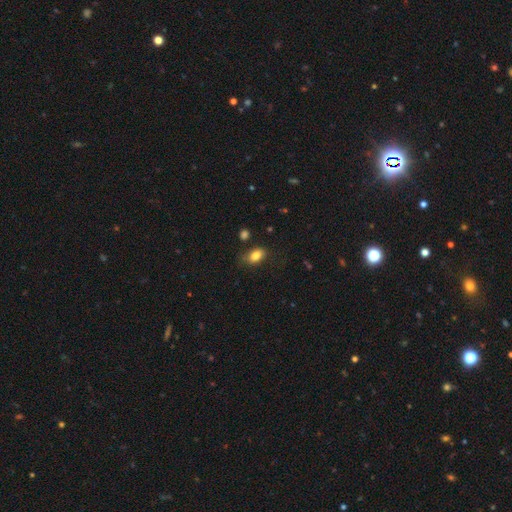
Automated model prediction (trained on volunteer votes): Smooth or featured? Predicted: smooth (p=0.83). How rounded? Predicted: in between (p=0.83). Merging? Predicted: none (p=0.72).